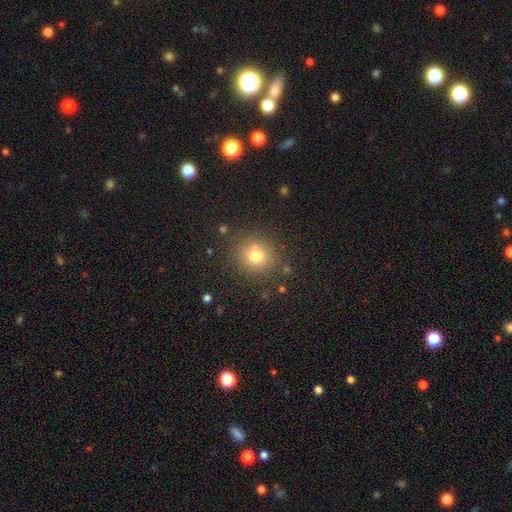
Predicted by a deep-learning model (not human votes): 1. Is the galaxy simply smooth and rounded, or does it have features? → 73% smooth, 16% star or artifact, 11% featured or disk.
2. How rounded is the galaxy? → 88% round, 11% in between, 1% cigar-shaped.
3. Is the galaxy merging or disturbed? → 79% none, 10% minor disturbance, 8% merger, 4% major disturbance.